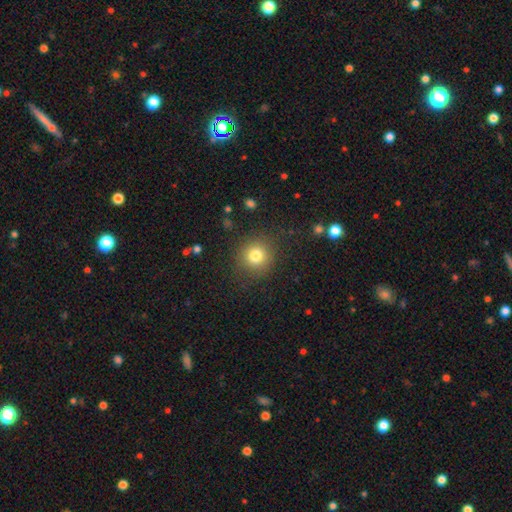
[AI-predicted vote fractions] Q: Smooth or featured?
A: smooth (79%); runner-up: star or artifact (13%)
Q: How rounded?
A: round (91%); runner-up: in between (8%)
Q: Merging?
A: none (86%); runner-up: minor disturbance (9%)